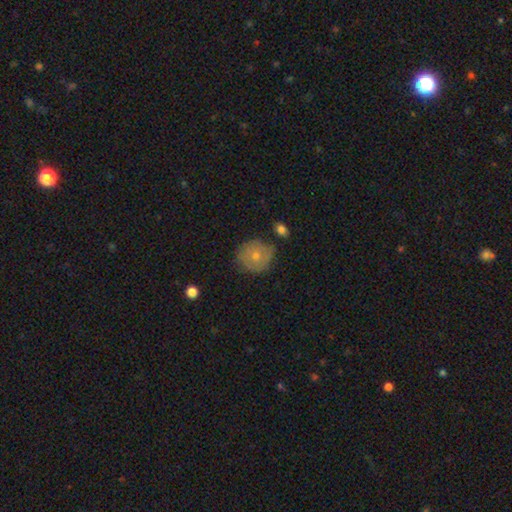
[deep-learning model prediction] This appears to be a smooth galaxy with no disk features (67%) that is round (88%). Merging: none (70%).